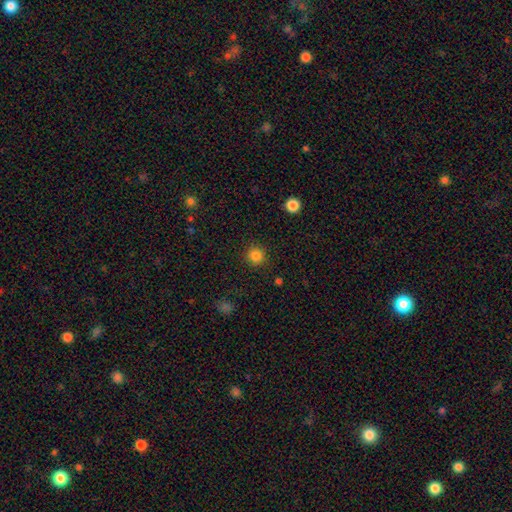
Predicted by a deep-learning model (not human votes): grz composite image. It shows a smooth galaxy with no disk features (84%) that is round (94%). Merging: none (90%).